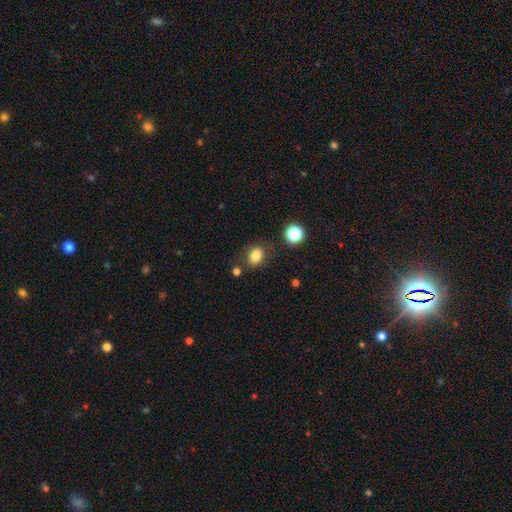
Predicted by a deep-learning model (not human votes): smooth_or_featured: smooth (p=0.81) [alt: star or artifact p=0.12]
how_rounded: in between (p=0.56) [alt: round p=0.43]
merging: none (p=0.72) [alt: minor disturbance p=0.15]